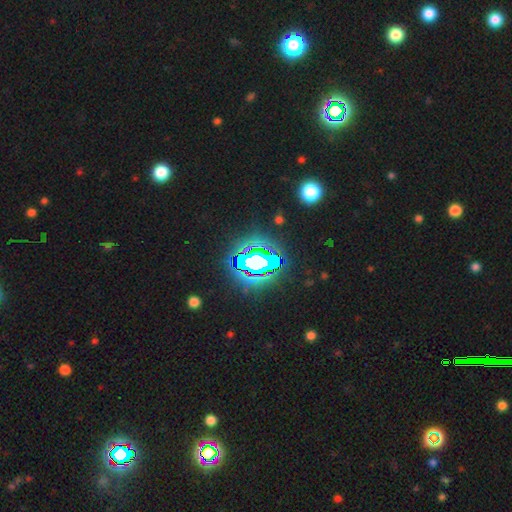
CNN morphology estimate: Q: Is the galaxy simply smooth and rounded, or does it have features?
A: star or artifact — 69%.